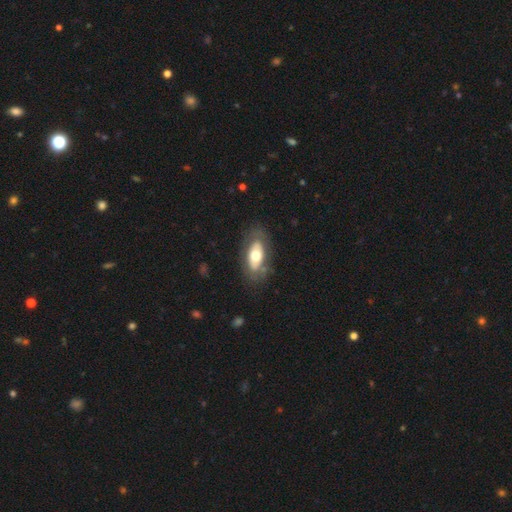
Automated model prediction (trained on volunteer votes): This is possibly a smooth galaxy (52%). How rounded: clearly in between (89%). Merging: likely none (74%).